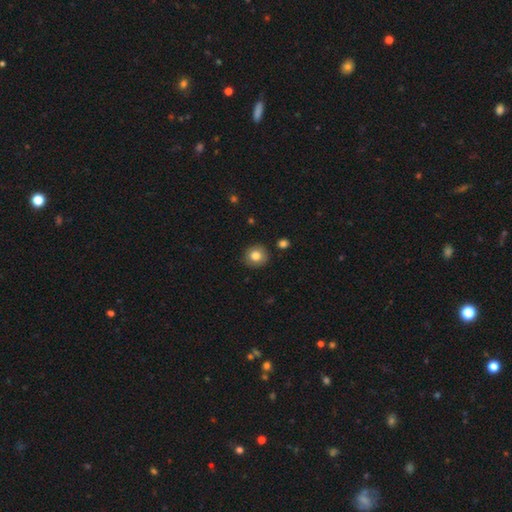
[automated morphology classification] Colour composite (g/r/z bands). It shows a smooth galaxy with no disk features (82%) that is round (88%). Merging: none (87%).